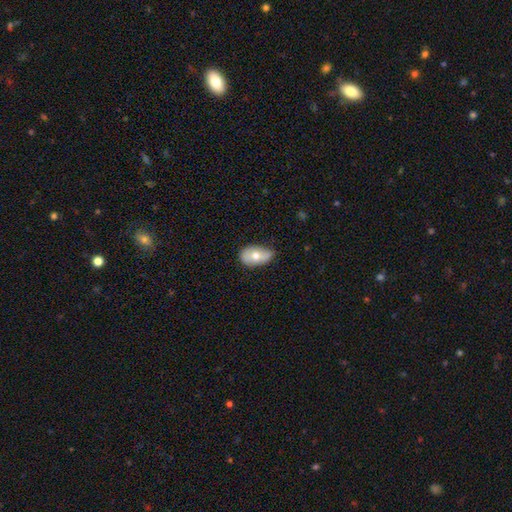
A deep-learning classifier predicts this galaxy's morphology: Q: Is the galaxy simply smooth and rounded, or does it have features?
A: smooth — 63%.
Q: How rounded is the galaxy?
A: in between — 90%.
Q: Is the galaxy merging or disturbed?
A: none — 60%.